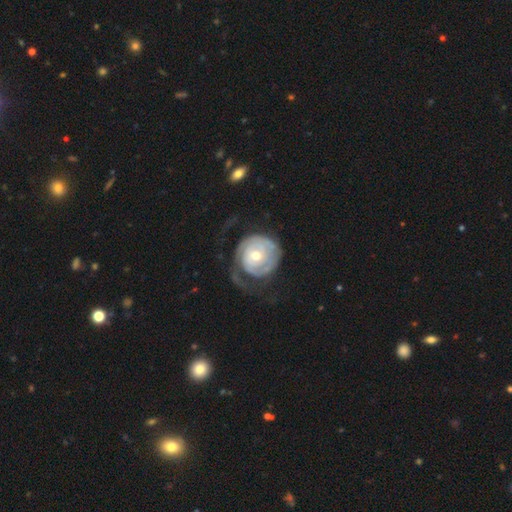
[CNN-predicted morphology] featured or disk 74%, smooth 21%, star or artifact 5%. Down the decision tree: edge-on disk — no (97%); bar — no (77%); spiral arms — yes (80%); spiral arm count — can't tell (35%); spiral winding — tight (67%); bulge size — moderate (52%); merging — none (46%).